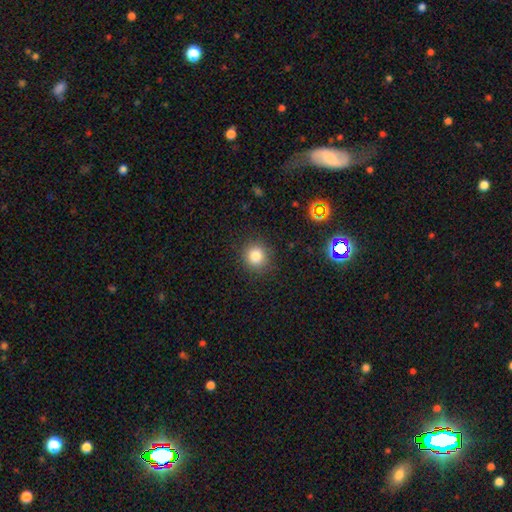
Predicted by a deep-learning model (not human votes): Q: Smooth or featured?
A: smooth (82%); runner-up: star or artifact (12%)
Q: How rounded?
A: round (90%); runner-up: in between (9%)
Q: Merging?
A: none (89%); runner-up: minor disturbance (8%)